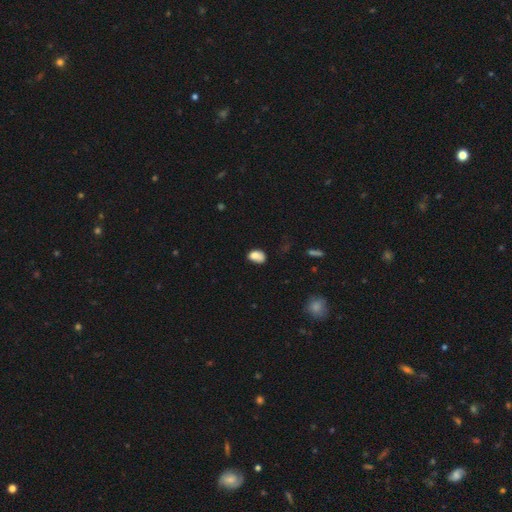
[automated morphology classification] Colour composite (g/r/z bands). It shows a smooth galaxy with no disk features (79%) that is in between round and cigar-shaped (81%). Merging: none (44%).